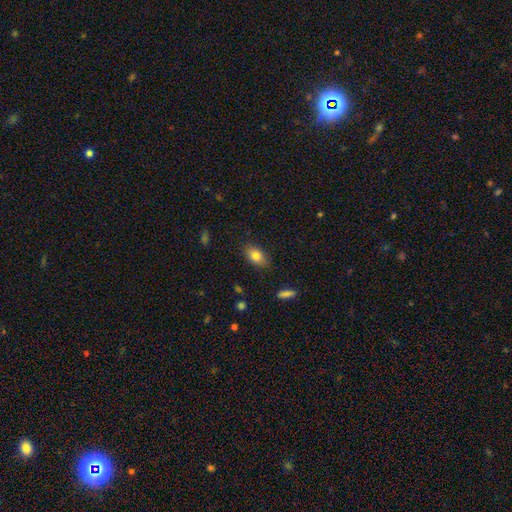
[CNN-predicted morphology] The model was most divided on "smooth or featured": smooth: 81%, featured or disk: 11%, star or artifact: 8%. More confident: how rounded — in between (88%); merging — none (85%).